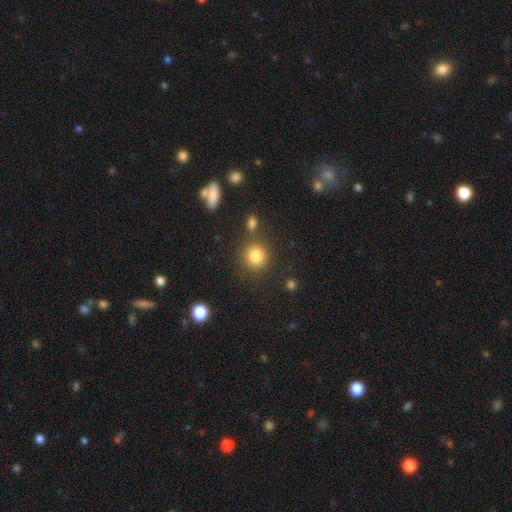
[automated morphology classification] A smooth galaxy with no disk features (83%) that is round (86%).

Vote fractions:
- Smooth or featured? smooth: 83% / star or artifact: 11% / featured or disk: 6%
- How rounded? round: 86% / in between: 13% / cigar-shaped: 1%
- Merging? none: 78% / minor disturbance: 10% / merger: 8% / major disturbance: 4%